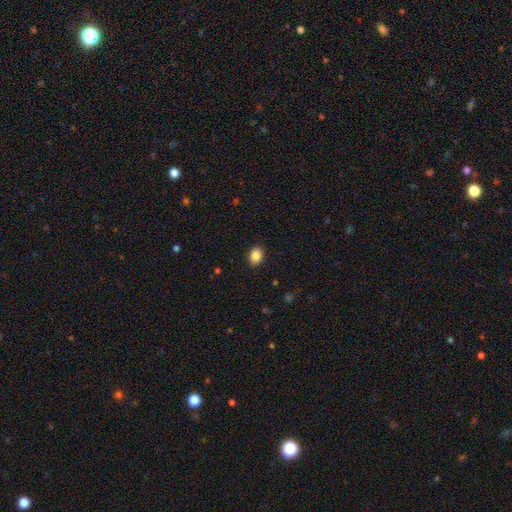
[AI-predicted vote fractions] The model was most divided on "how rounded": in between: 71%, round: 28%, cigar-shaped: 1%. More confident: merging — none (90%); smooth or featured — smooth (88%).